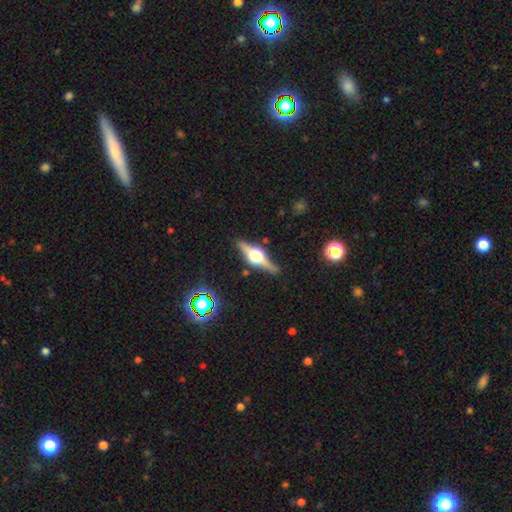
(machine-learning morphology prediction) Q: Smooth or featured?
A: featured or disk (80%); runner-up: smooth (13%)
Q: Edge-on disk?
A: yes (97%); runner-up: no (3%)
Q: Edge-on bulge?
A: rounded (94%); runner-up: boxy (5%)
Q: Merging?
A: none (87%); runner-up: minor disturbance (9%)